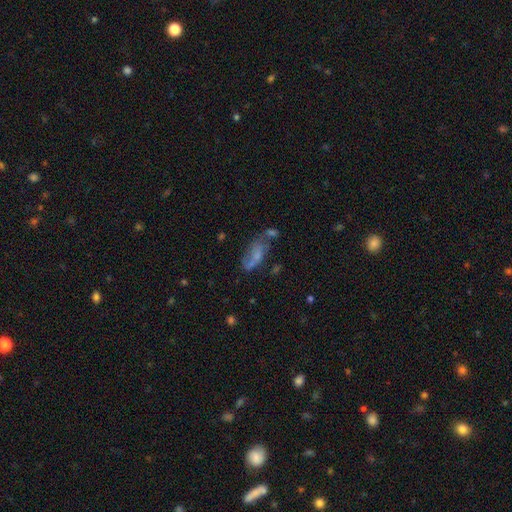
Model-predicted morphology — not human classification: Overall: smooth (50%; featured or disk 36%). How rounded: in between (75%). Merging: none (35%; minor disturbance 23%).